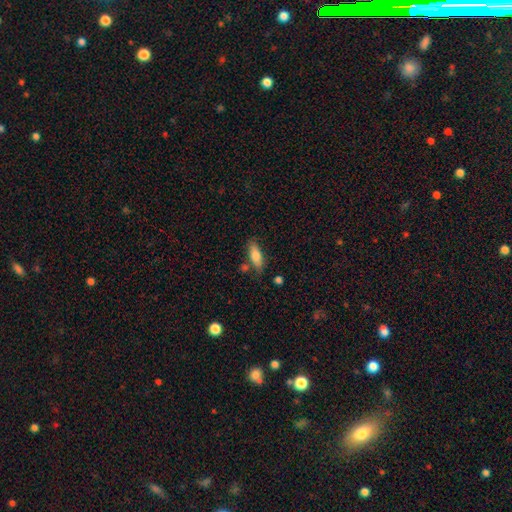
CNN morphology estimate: Smooth or featured? smooth (78%)
How rounded? in between (67%)
Merging? none (72%)